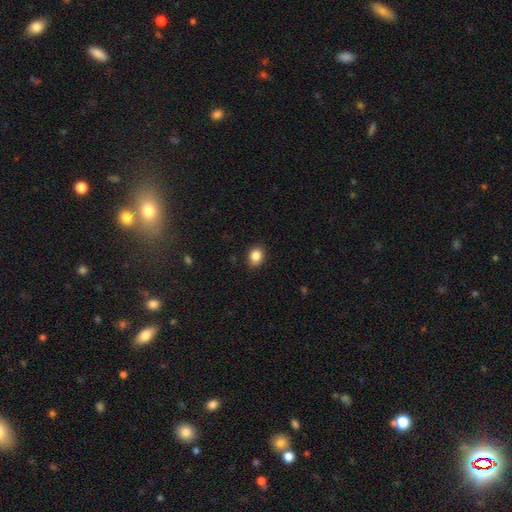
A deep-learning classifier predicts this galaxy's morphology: Smooth or featured? smooth (86%)
How rounded? round (53%)
Merging? none (88%)